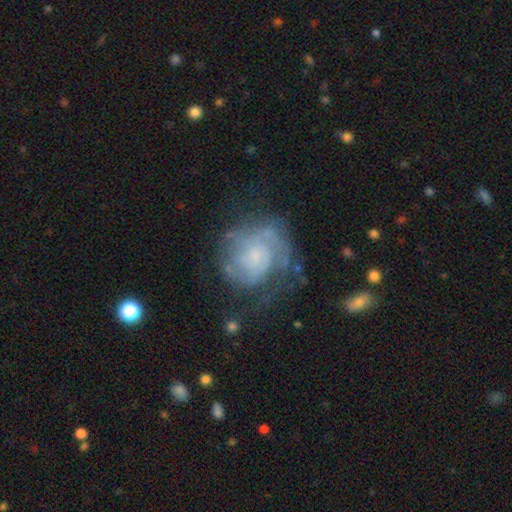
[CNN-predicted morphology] Overall: featured or disk (76%). Edge-on disk: no (98%). Bar: no (70%). Spiral arms: yes (87%). Spiral arm count: 2 (36%; can't tell 35%). Spiral winding: tight (52%; medium 35%). Bulge size: small (52%; none 21%). Merging: none (57%; minor disturbance 21%).